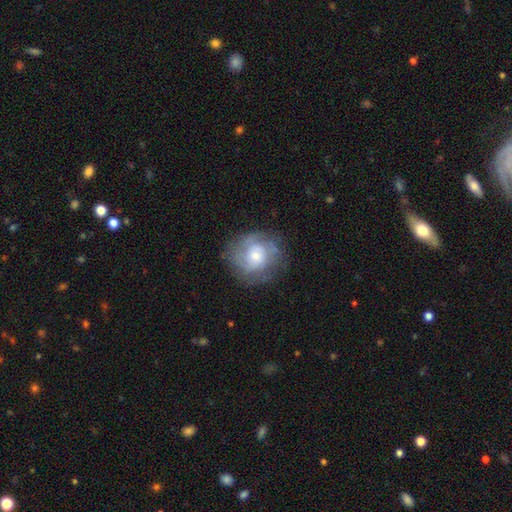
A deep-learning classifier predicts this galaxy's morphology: Smooth or featured? featured or disk (55%)
Edge-on disk? no (97%)
Bar? no (77%)
Spiral arms? yes (70%)
Bulge size? moderate (45%)
Merging? none (72%)